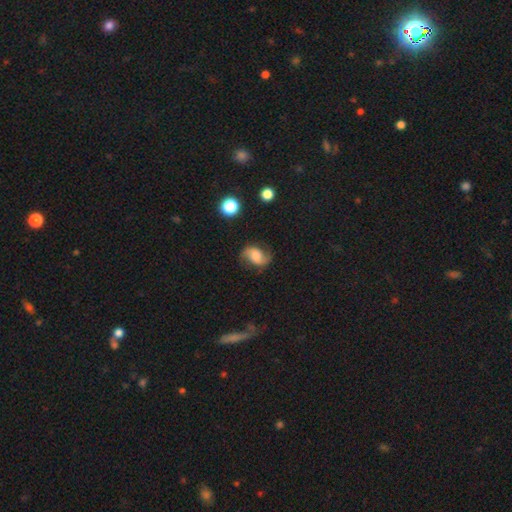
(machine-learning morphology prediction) featured or disk 67%, smooth 23%, star or artifact 9%. Down the decision tree: edge-on disk — no (97%); bar — no (55%); spiral arms — yes (94%); spiral arm count — 2 (91%); spiral winding — loose (54%); bulge size — moderate (38%); merging — none (75%).